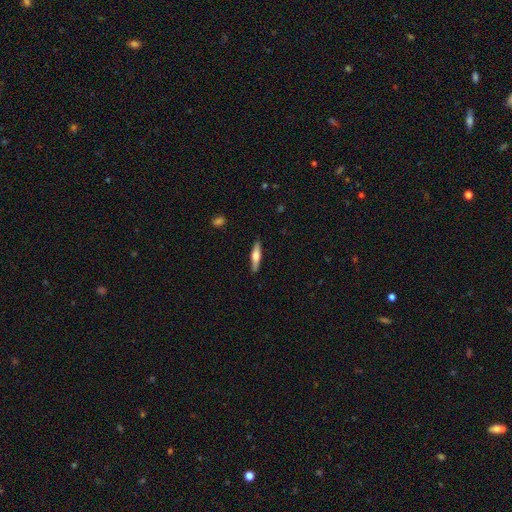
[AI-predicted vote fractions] smooth_or_featured: smooth (p=0.49) [alt: featured or disk p=0.45]
merging: none (p=0.89) [alt: minor disturbance p=0.08]